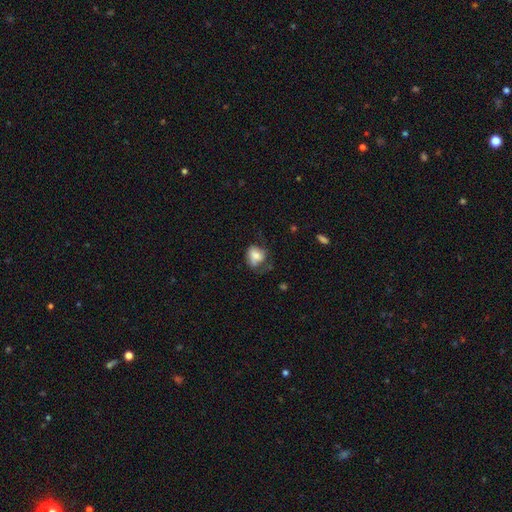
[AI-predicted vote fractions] Smooth or featured? Predicted: smooth (p=0.69). How rounded? Predicted: in between (p=0.60). Merging? Predicted: none (p=0.40).